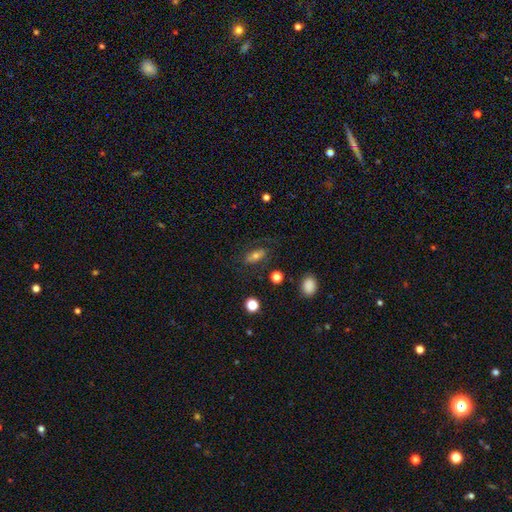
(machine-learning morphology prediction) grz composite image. It shows a smooth galaxy with no disk features (60%) that is in between round and cigar-shaped (80%). Merging: none (72%).